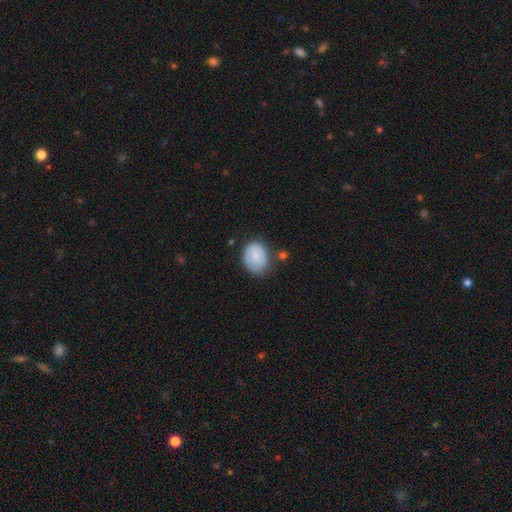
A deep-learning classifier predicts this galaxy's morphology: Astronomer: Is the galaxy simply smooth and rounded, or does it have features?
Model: smooth — 80%.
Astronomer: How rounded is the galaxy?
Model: in between — 56% (runner-up: round, 43%).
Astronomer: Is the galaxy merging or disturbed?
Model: none — 62%.